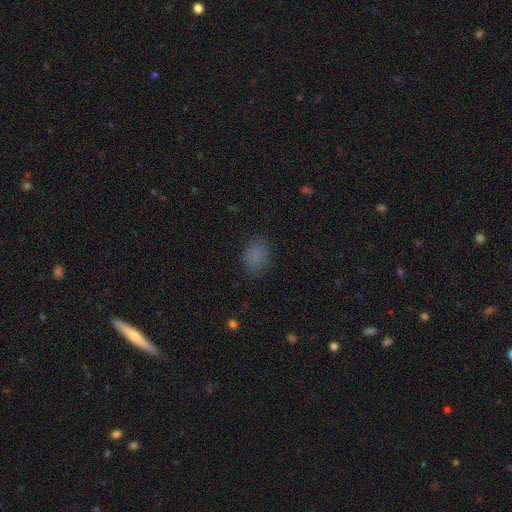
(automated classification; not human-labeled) smooth 82%, star or artifact 14%, featured or disk 5%. Down the decision tree: how rounded — in between (69%); merging — none (81%).